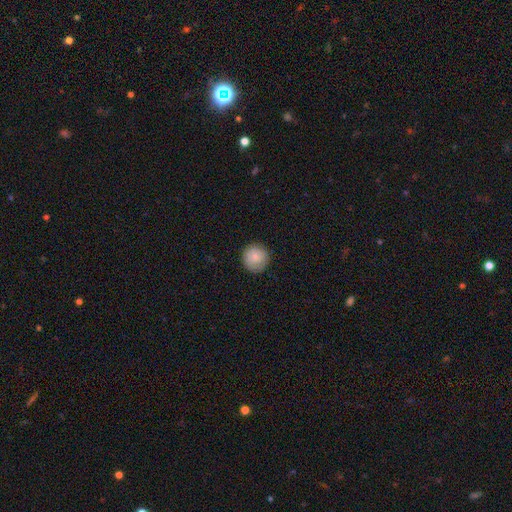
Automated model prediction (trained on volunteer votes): This is clearly a smooth galaxy (81%). How rounded: clearly round (95%). Merging: clearly none (88%).